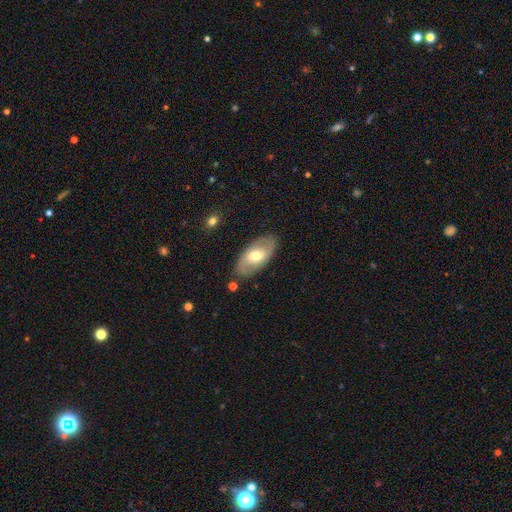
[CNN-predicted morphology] This is possibly a featured or disk galaxy (53%). It is clearly not viewed edge-on (90%). Merging: clearly none (83%).